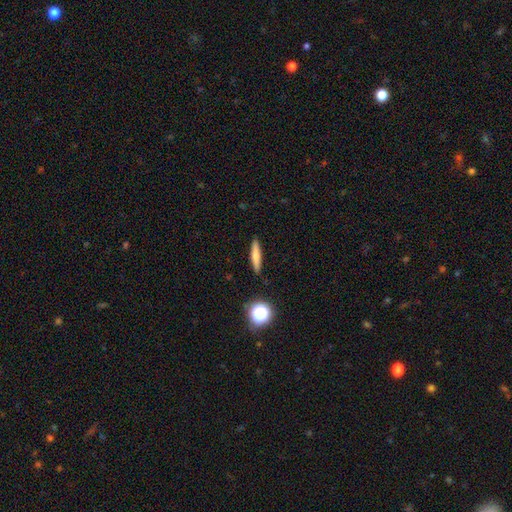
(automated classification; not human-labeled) smooth_or_featured: smooth (p=0.68) [alt: featured or disk p=0.23]
how_rounded: cigar-shaped (p=0.86) [alt: in between p=0.10]
merging: none (p=0.90) [alt: minor disturbance p=0.07]